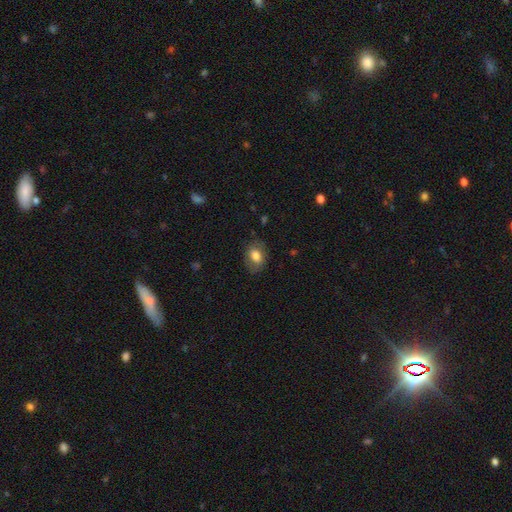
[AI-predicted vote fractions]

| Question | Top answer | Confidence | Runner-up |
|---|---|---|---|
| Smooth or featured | smooth | 76% | featured or disk (16%) |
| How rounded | in between | 78% | round (21%) |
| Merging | none | 77% | minor disturbance (16%) |